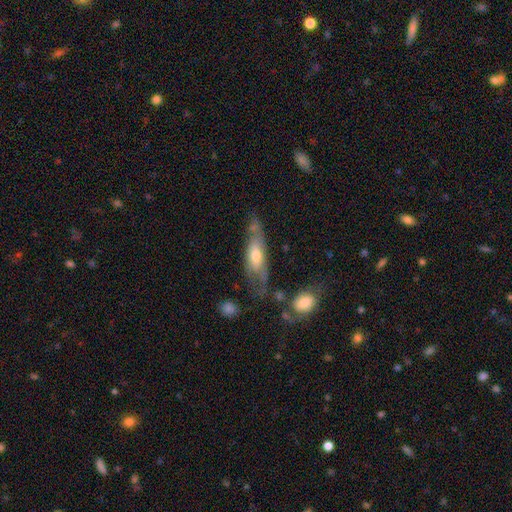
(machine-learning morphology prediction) Smooth or featured: featured or disk — 49% (smooth — 45%)
Merging: none — 49% (minor disturbance — 26%)